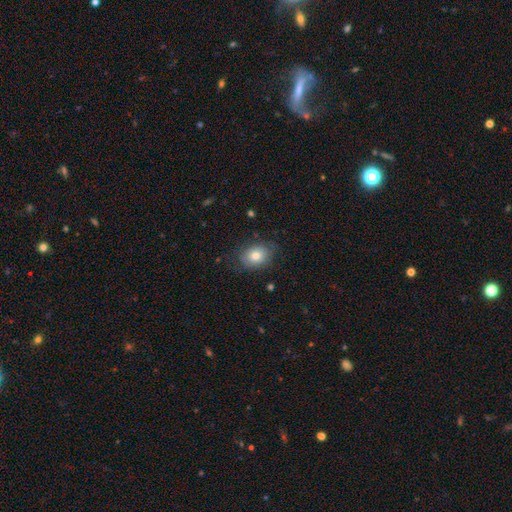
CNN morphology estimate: type=smooth (77%); roundness=in between (64%); merging=none (77%).